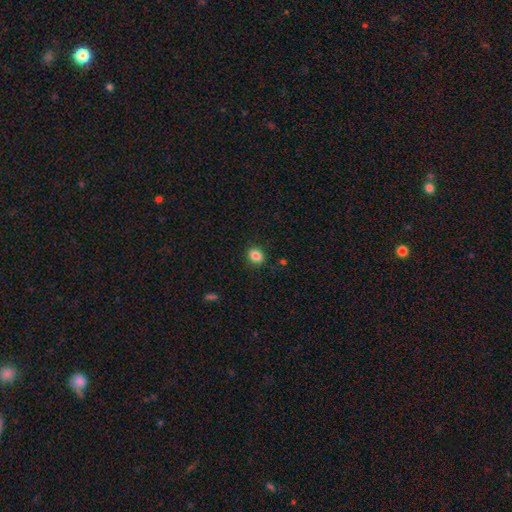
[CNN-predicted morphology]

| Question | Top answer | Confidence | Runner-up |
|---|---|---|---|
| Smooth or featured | smooth | 85% | star or artifact (10%) |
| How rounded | round | 57% | in between (42%) |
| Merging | none | 89% | minor disturbance (8%) |